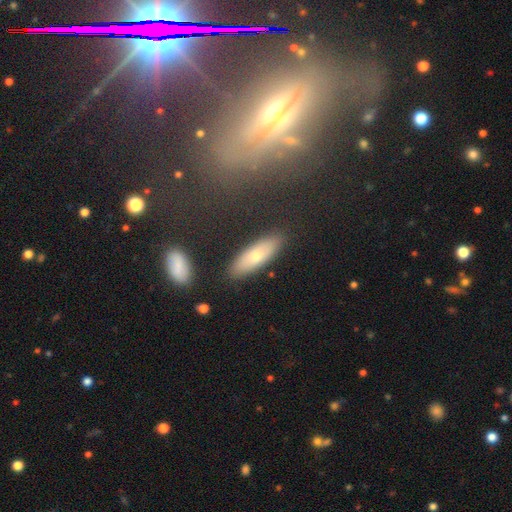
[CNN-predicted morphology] smooth_or_featured: smooth (p=0.51) [alt: featured or disk p=0.35]
how_rounded: in between (p=0.52) [alt: cigar-shaped p=0.44]
merging: none (p=0.83) [alt: minor disturbance p=0.11]